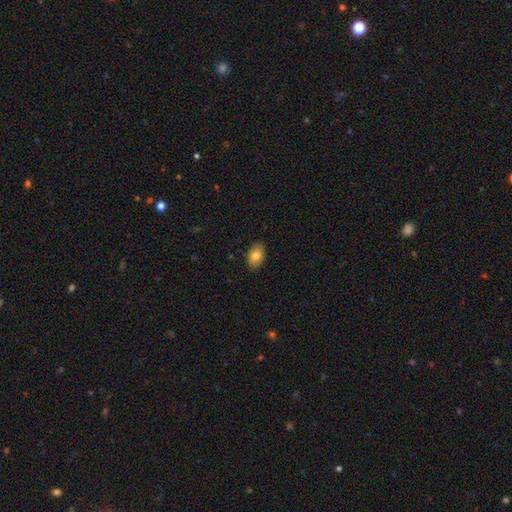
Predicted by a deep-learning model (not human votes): The model was most divided on "how rounded": in between: 86%, round: 13%, cigar-shaped: 1%. More confident: merging — none (88%); smooth or featured — smooth (82%).